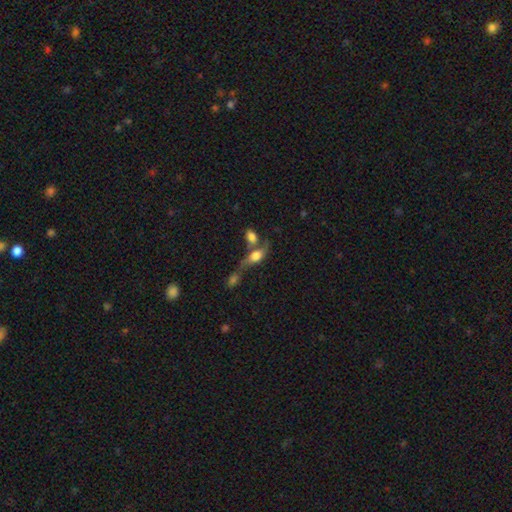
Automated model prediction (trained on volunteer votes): Smooth or featured? smooth (60%)
How rounded? in between (76%)
Merging? merger (61%)